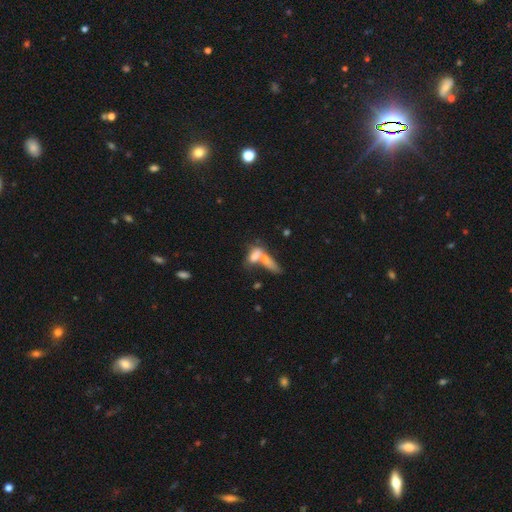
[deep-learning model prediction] Overall: smooth (67%). How rounded: in between (65%; cigar-shaped 29%). Merging: merger (61%; none 21%).